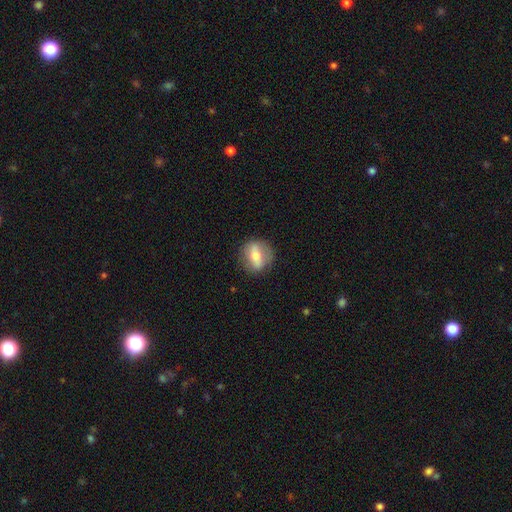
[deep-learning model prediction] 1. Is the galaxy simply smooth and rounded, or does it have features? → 52% smooth, 41% featured or disk, 8% star or artifact.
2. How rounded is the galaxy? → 63% round, 33% in between, 4% cigar-shaped.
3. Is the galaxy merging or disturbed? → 81% none, 13% minor disturbance, 4% major disturbance, 1% merger.